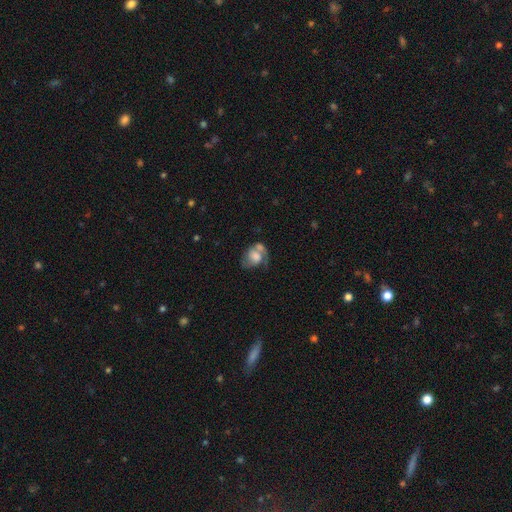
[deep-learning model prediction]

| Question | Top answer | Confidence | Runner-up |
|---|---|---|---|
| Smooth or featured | featured or disk | 51% | smooth (40%) |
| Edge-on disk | no | 97% | yes (3%) |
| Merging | none | 31% | merger (26%) |